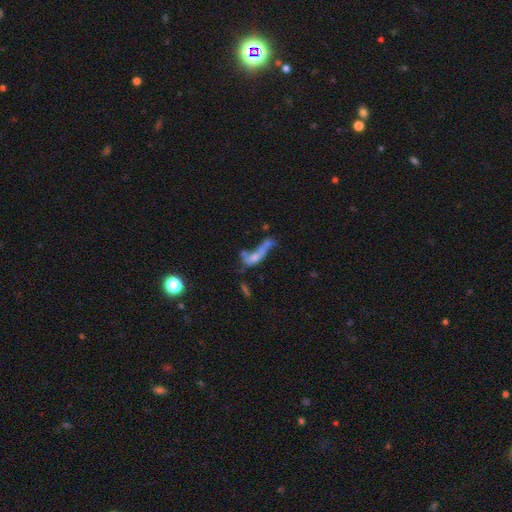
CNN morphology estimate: smooth_or_featured: featured or disk (p=0.44) [alt: smooth p=0.39]
merging: merger (p=0.40) [alt: major disturbance p=0.28]